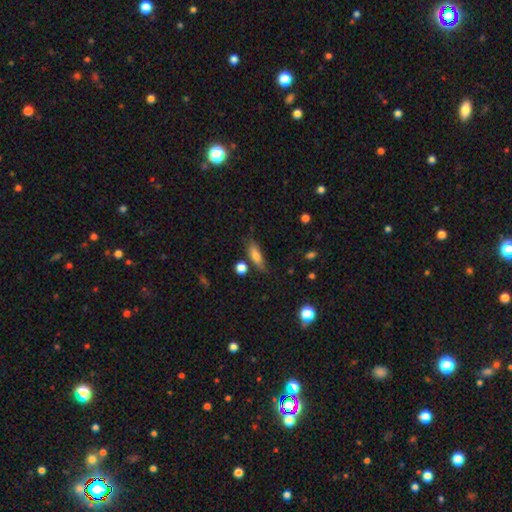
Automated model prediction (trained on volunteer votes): Smooth or featured: smooth — 75% (featured or disk — 16%)
How rounded: in between — 54% (cigar-shaped — 42%)
Merging: none — 65% (minor disturbance — 21%)